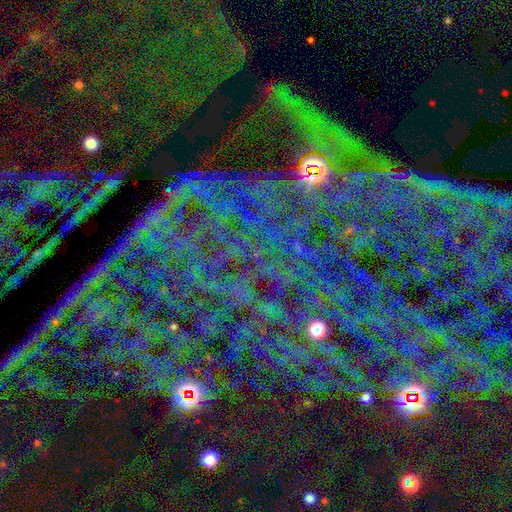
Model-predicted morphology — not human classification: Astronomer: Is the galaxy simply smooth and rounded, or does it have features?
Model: star or artifact — 80%.